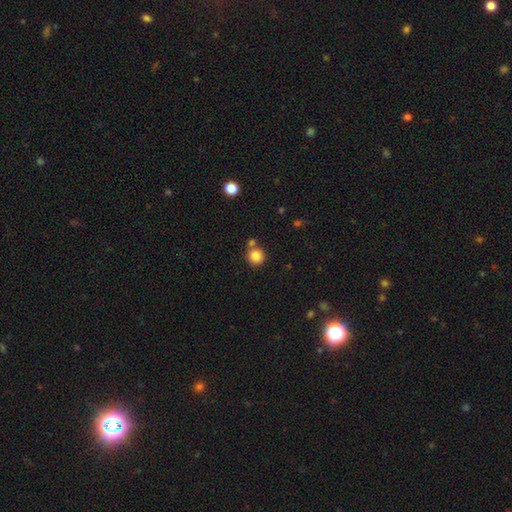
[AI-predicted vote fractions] The model was most divided on "merging": none: 73%, merger: 17%, minor disturbance: 8%, major disturbance: 3%. More confident: how rounded — round (93%); smooth or featured — smooth (84%).